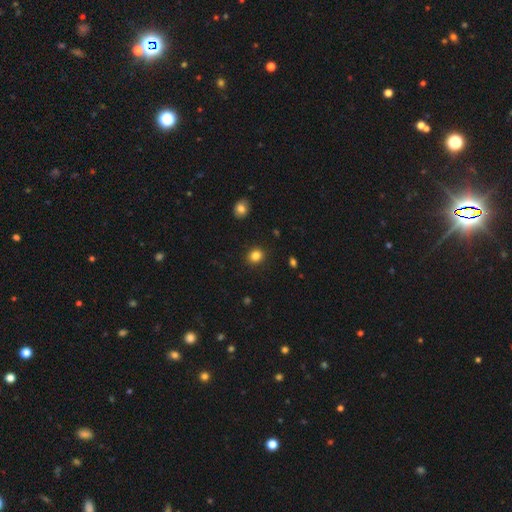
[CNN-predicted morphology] A smooth galaxy with no disk features (84%) that is round (75%).

Vote fractions:
- Smooth or featured? smooth: 84% / star or artifact: 11% / featured or disk: 5%
- How rounded? round: 75% / in between: 24% / cigar-shaped: 1%
- Merging? none: 91% / minor disturbance: 6% / major disturbance: 2% / merger: 1%